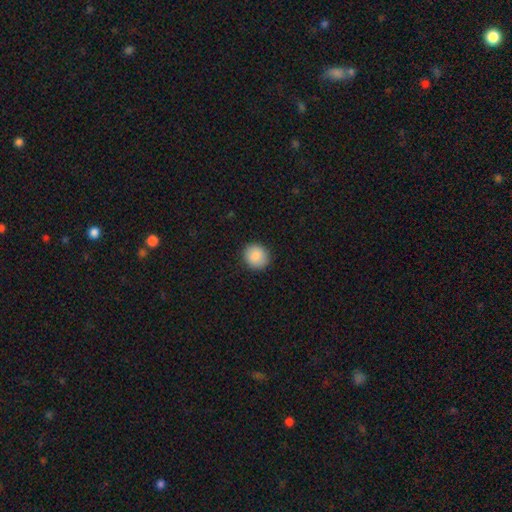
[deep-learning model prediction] Q: Smooth or featured?
A: smooth (87%); runner-up: star or artifact (8%)
Q: How rounded?
A: round (85%); runner-up: in between (14%)
Q: Merging?
A: none (90%); runner-up: minor disturbance (7%)